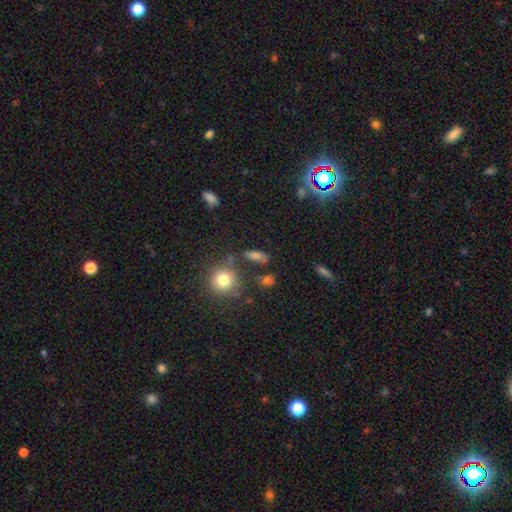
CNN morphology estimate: A smooth galaxy with no disk features (68%) that is in between round and cigar-shaped (54%). Merging: none (71%).